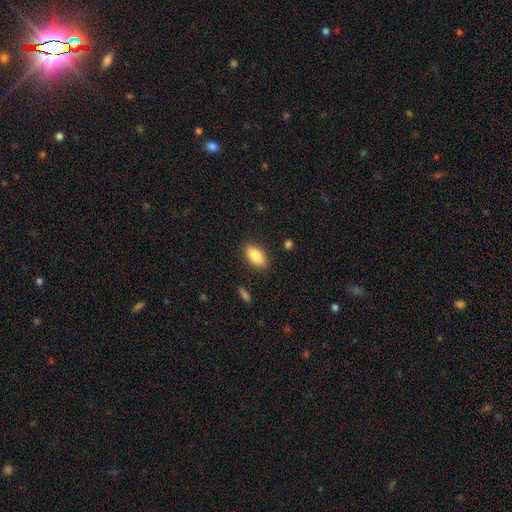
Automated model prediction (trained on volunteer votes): This appears to be a smooth galaxy with no disk features (85%) that is in between round and cigar-shaped (88%). Merging: none (87%).